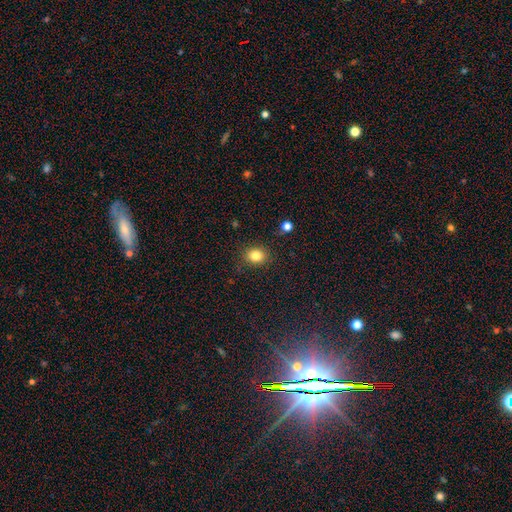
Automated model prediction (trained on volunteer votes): Morphology: type=smooth (83%); roundness=round (63%); merging=none (86%).